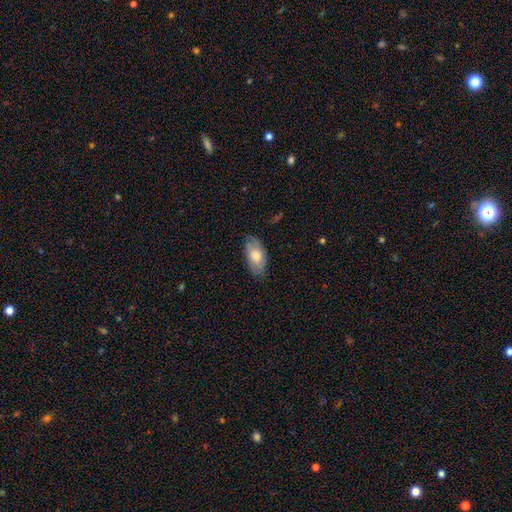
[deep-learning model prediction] Morphology: type=smooth (71%); roundness=in between (93%); merging=none (78%).